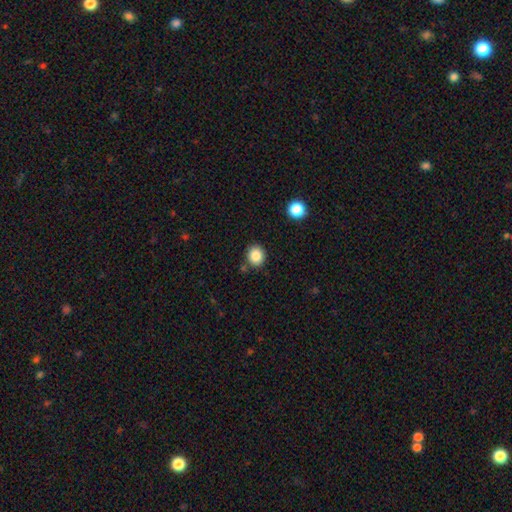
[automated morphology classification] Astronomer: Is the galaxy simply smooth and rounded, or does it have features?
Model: smooth — 86%.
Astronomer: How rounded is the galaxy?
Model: round — 77%.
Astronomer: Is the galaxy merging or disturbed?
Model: none — 83%.